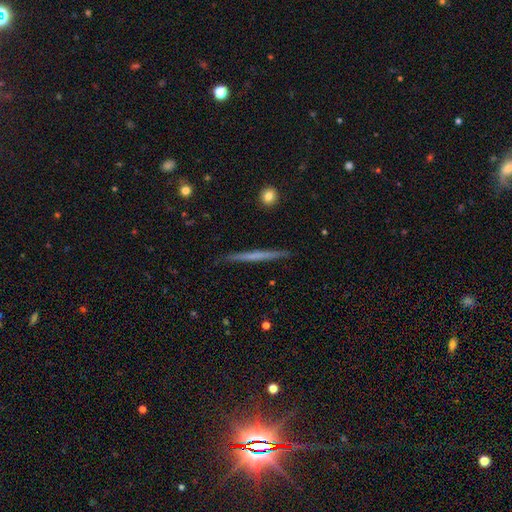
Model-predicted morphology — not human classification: type=featured or disk (52%); edge-on=yes (97%); edge-on bulge=none (88%); merging=none (90%).